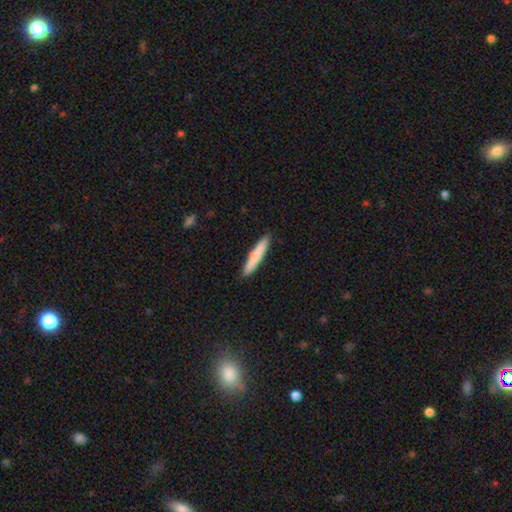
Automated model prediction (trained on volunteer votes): The model was most divided on "smooth or featured": smooth: 72%, featured or disk: 22%, star or artifact: 6%. More confident: how rounded — cigar-shaped (93%); merging — none (86%).